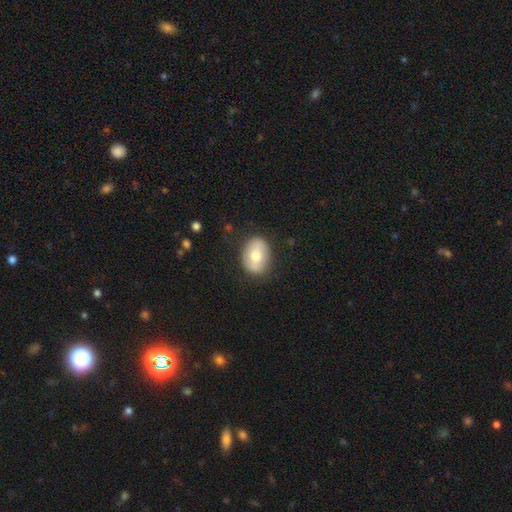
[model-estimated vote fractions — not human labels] Smooth or featured?
  - smooth: 64% *
  - featured or disk: 29%
  - star or artifact: 7%
How rounded?
  - in between: 67% *
  - round: 32%
  - cigar-shaped: 1%
Merging?
  - none: 82% *
  - minor disturbance: 13%
  - major disturbance: 4%
  - merger: 1%